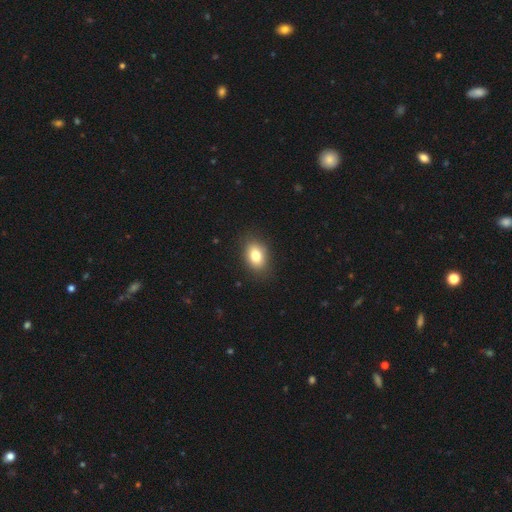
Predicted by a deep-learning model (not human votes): Smooth or featured?
  - smooth: 81% *
  - featured or disk: 9%
  - star or artifact: 9%
How rounded?
  - in between: 78% *
  - round: 21%
  - cigar-shaped: 1%
Merging?
  - none: 86% *
  - minor disturbance: 10%
  - major disturbance: 3%
  - merger: 1%